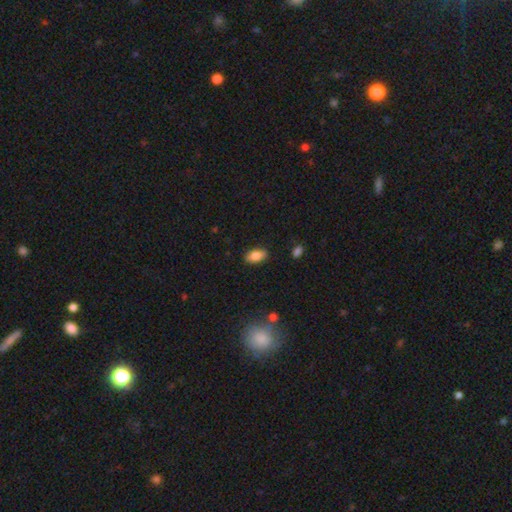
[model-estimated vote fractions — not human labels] A smooth galaxy with no disk features (81%) that is in between round and cigar-shaped (90%). Merging: none (88%).